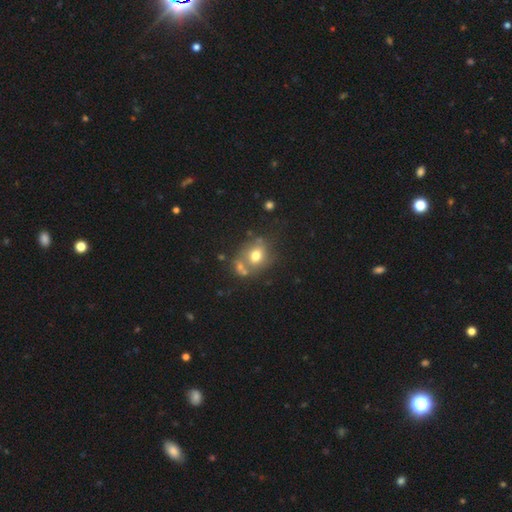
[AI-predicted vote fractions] smooth-or-featured: smooth: 69% | featured or disk: 18% | star or artifact: 13%
  how-rounded: round: 63% | in between: 36% | cigar-shaped: 1%
  merging: none: 52% | merger: 26% | minor disturbance: 16% | major disturbance: 7%